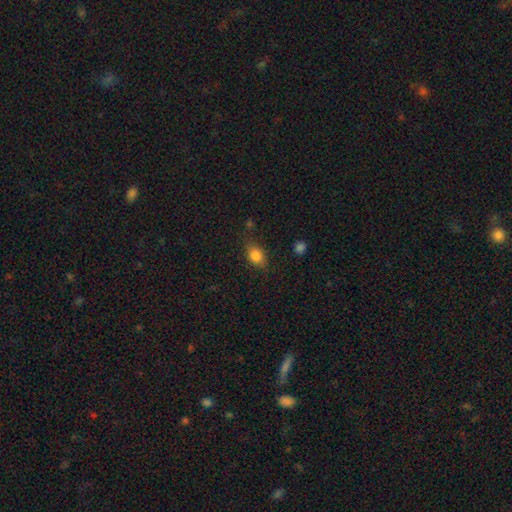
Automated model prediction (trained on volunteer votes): smooth-or-featured: smooth: 83% | star or artifact: 10% | featured or disk: 7%
  how-rounded: in between: 74% | round: 23% | cigar-shaped: 3%
  merging: none: 76% | minor disturbance: 18% | major disturbance: 4% | merger: 2%